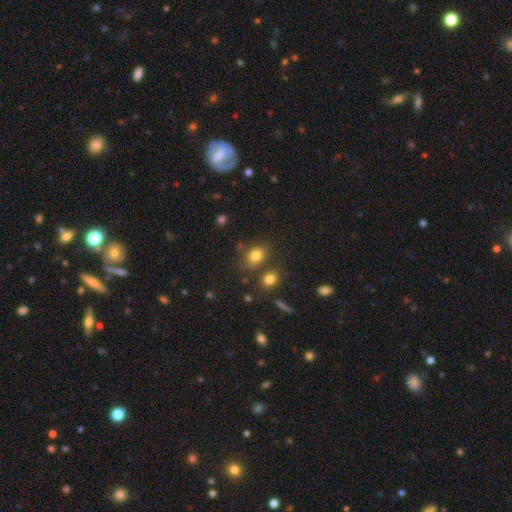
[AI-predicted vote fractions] Morphology: type=smooth (80%); roundness=in between (53%); merging=none (67%).